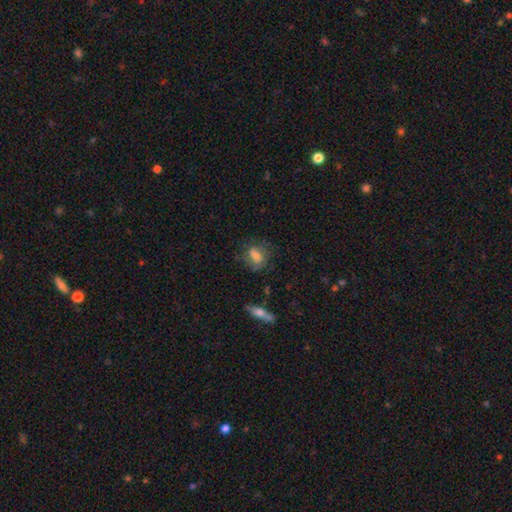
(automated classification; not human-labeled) smooth_or_featured: smooth (p=0.60) [alt: featured or disk p=0.29]
how_rounded: in between (p=0.69) [alt: round p=0.25]
merging: none (p=0.59) [alt: minor disturbance p=0.24]